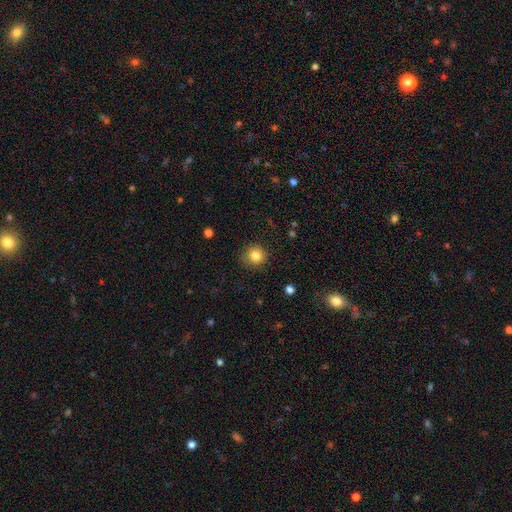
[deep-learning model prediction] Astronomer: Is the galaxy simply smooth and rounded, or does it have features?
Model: smooth — 83%.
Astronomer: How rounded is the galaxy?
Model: round — 91%.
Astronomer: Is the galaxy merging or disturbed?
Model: none — 87%.